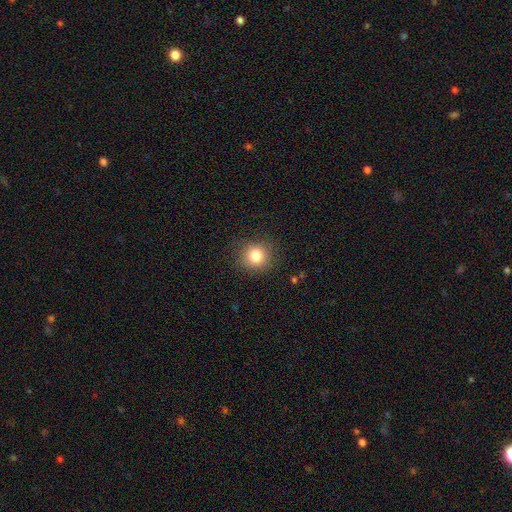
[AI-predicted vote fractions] Morphology: type=smooth (82%); roundness=round (89%); merging=none (87%).